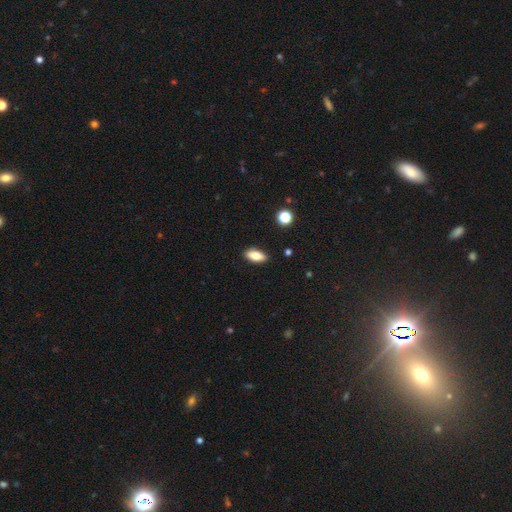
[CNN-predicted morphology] smooth 79%, featured or disk 13%, star or artifact 8%. Down the decision tree: how rounded — in between (85%); merging — none (88%).